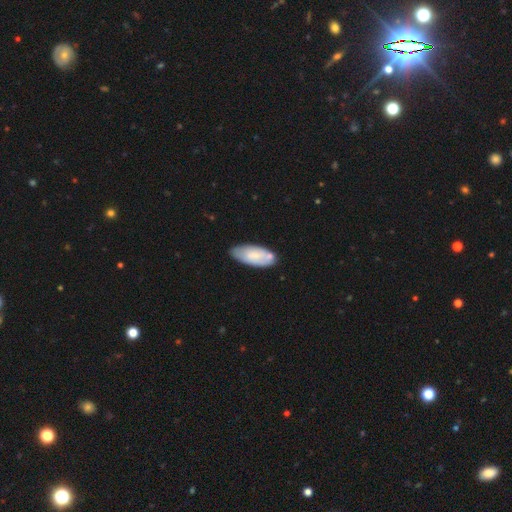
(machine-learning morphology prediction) This is likely a smooth galaxy (67%). How rounded: clearly in between (85%). Merging: likely none (66%).